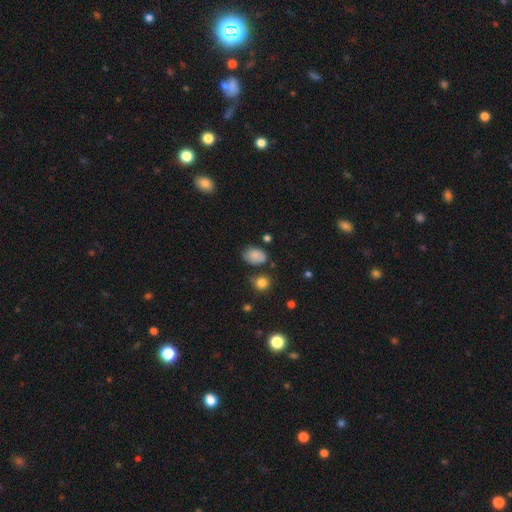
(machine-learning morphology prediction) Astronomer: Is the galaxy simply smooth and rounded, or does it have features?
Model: smooth — 81%.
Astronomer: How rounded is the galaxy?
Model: in between — 80%.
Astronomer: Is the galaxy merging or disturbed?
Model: none — 63%.